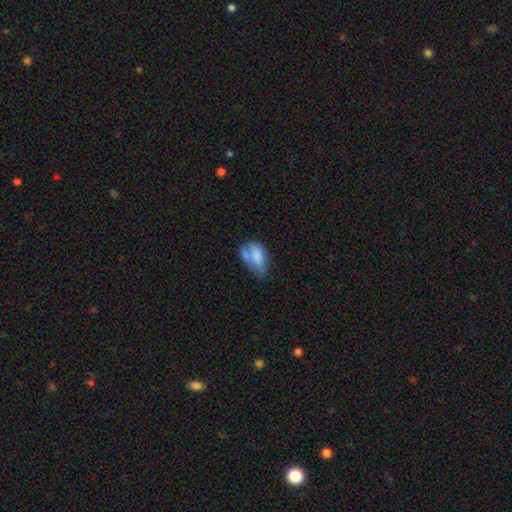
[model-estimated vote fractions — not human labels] A smooth galaxy with no disk features (69%) that is in between round and cigar-shaped (87%). Merging: none (31%).